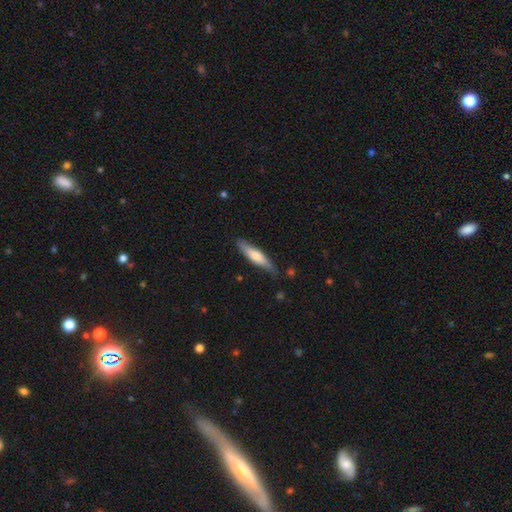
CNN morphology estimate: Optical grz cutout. It shows a smooth galaxy with no disk features (60%) that is cigar-shaped (82%). Merging: none (80%).